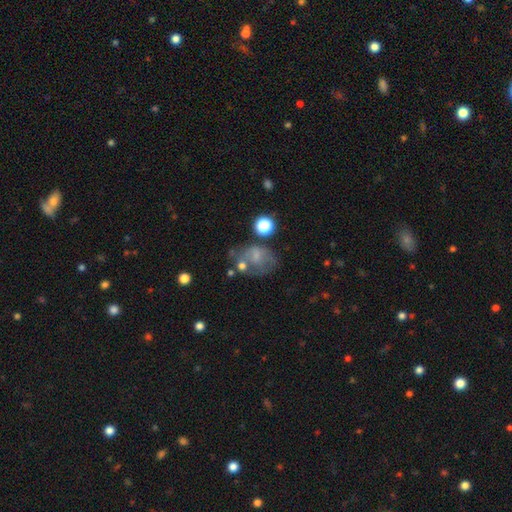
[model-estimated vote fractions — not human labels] Smooth or featured? Predicted: smooth (p=0.51). How rounded? Predicted: in between (p=0.61). Merging? Predicted: none (p=0.35).